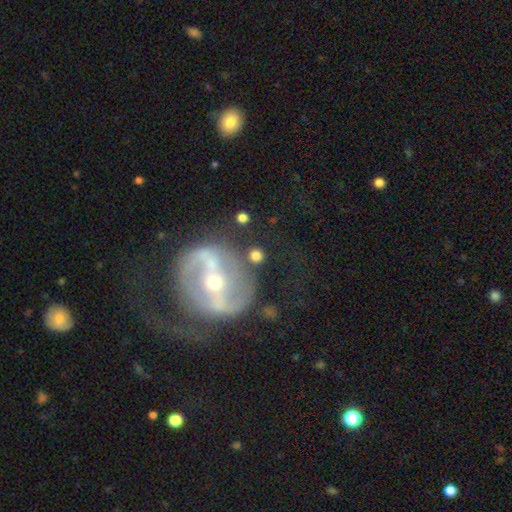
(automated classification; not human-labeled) Smooth or featured: smooth — 60% (featured or disk — 29%)
How rounded: round — 84% (in between — 14%)
Merging: none — 77% (minor disturbance — 11%)